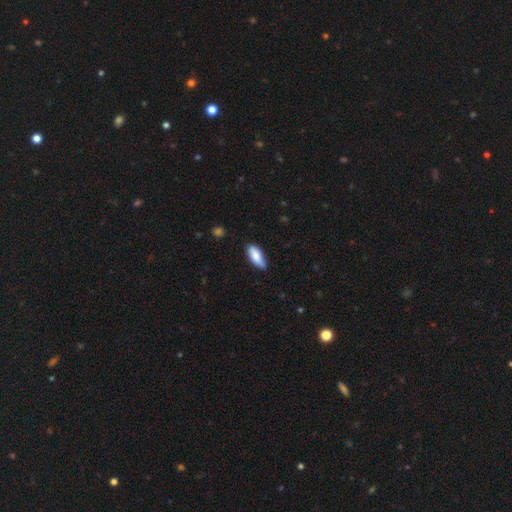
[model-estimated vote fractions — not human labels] This is clearly a smooth galaxy (82%). How rounded: likely in between (79%). Merging: likely none (72%).